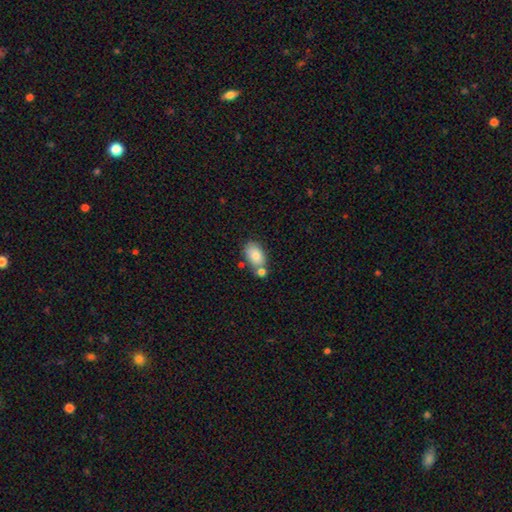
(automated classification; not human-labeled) smooth 79%, featured or disk 13%, star or artifact 7%. Down the decision tree: how rounded — in between (90%); merging — none (56%).